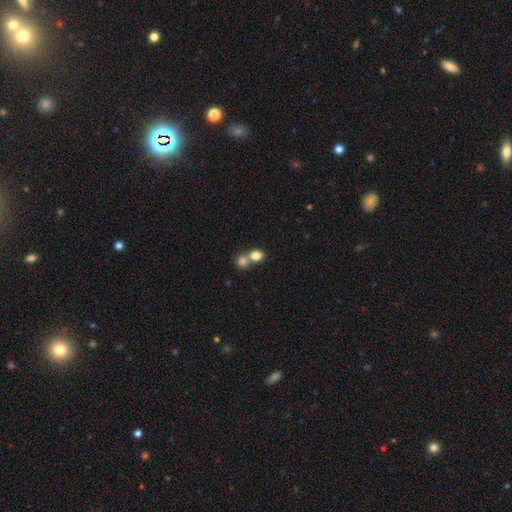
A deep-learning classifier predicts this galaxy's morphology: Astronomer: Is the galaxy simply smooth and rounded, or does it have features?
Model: smooth — 80%.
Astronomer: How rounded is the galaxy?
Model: round — 65%.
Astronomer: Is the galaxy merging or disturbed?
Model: merger — 55% (runner-up: none, 36%).